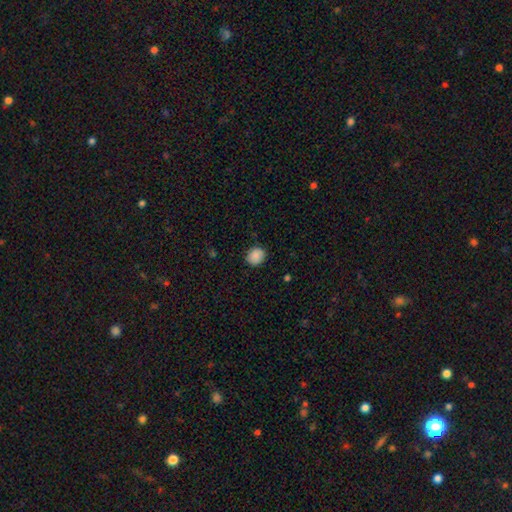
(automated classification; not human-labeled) Smooth or featured? Predicted: smooth (p=0.88). How rounded? Predicted: round (p=0.69). Merging? Predicted: none (p=0.86).